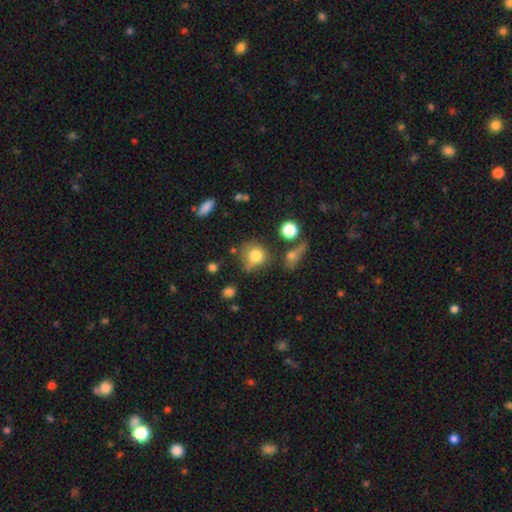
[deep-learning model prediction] Q: Smooth or featured?
A: smooth (77%); runner-up: star or artifact (12%)
Q: How rounded?
A: round (77%); runner-up: in between (21%)
Q: Merging?
A: none (52%); runner-up: minor disturbance (24%)